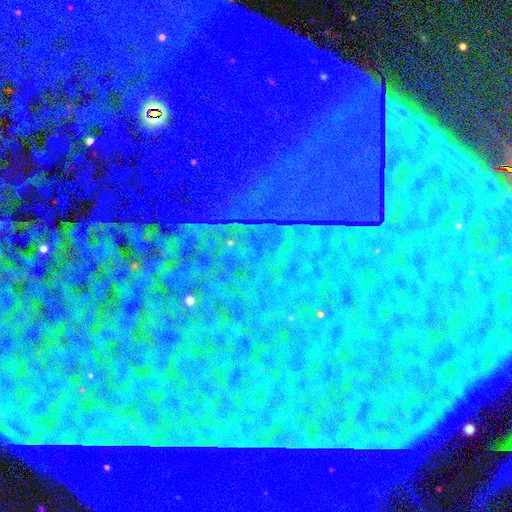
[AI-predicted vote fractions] Smooth or featured?
  - star or artifact: 87% *
  - featured or disk: 7%
  - smooth: 6%